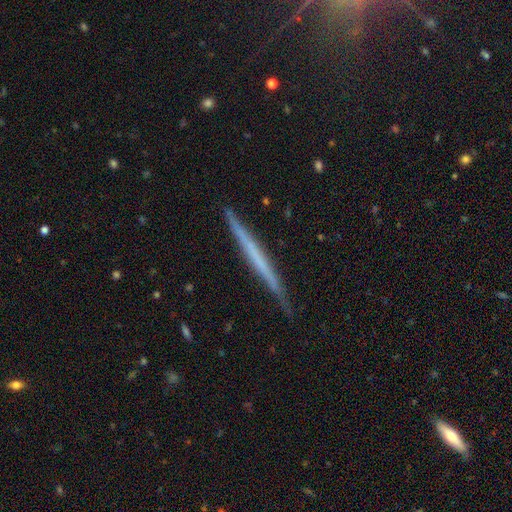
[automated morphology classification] Smooth or featured? Predicted: featured or disk (p=0.56). Edge-on disk? Predicted: yes (p=0.98). Edge-on bulge? Predicted: none (p=0.90). Merging? Predicted: none (p=0.88).